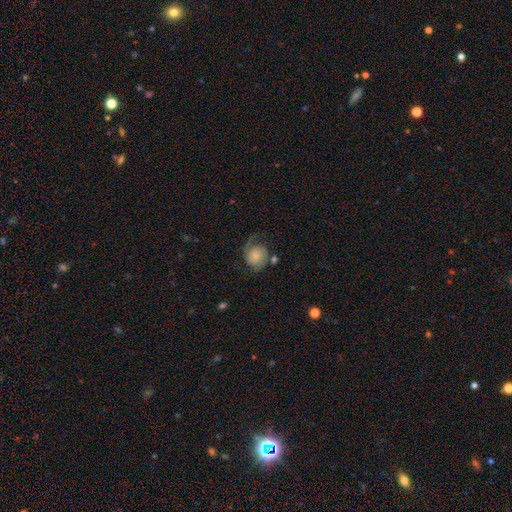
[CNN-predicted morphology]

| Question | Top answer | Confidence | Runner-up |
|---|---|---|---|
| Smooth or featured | featured or disk | 52% | smooth (39%) |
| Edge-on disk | no | 98% | yes (2%) |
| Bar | no | 76% | weak (21%) |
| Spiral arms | yes | 89% | no (11%) |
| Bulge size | small | 58% | moderate (22%) |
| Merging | none | 49% | minor disturbance (24%) |